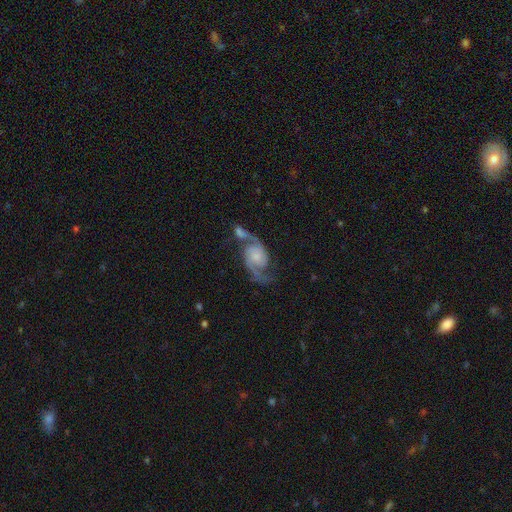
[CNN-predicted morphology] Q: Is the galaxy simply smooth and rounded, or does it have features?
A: featured or disk — 89%.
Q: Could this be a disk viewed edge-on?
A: no — 98%.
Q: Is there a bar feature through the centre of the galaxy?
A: no — 70%.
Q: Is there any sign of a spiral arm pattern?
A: yes — 97%.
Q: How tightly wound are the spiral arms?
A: medium — 46%.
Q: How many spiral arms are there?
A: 2 — 93%.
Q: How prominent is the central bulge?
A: small — 49%.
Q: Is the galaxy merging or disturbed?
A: none — 46%.